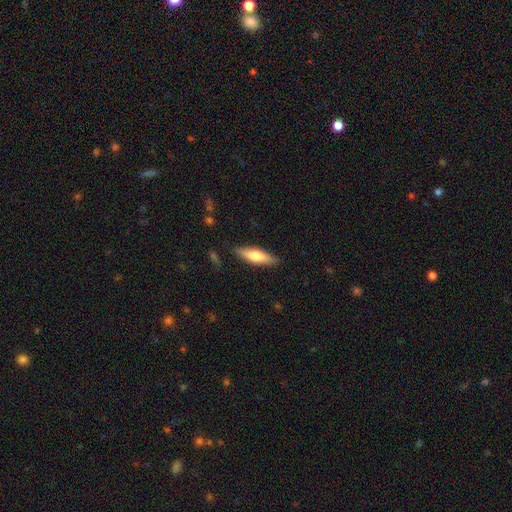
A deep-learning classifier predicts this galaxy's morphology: type=smooth (62%); roundness=cigar-shaped (64%); merging=none (85%).